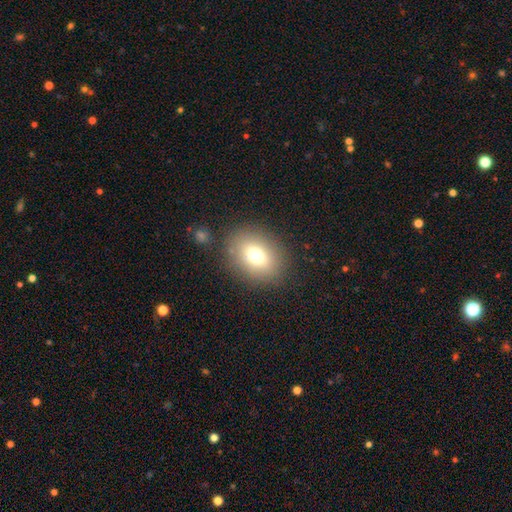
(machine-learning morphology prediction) Overall: smooth (73%). How rounded: in between (60%; round 39%). Merging: none (83%).